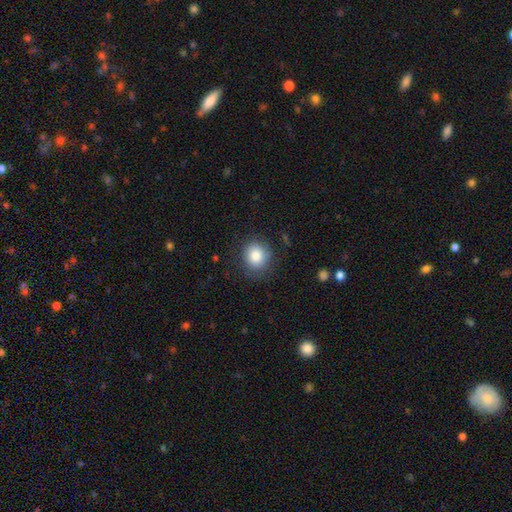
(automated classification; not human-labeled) smooth_or_featured: smooth (p=0.84) [alt: star or artifact p=0.09]
how_rounded: round (p=0.81) [alt: in between p=0.18]
merging: none (p=0.82) [alt: minor disturbance p=0.12]